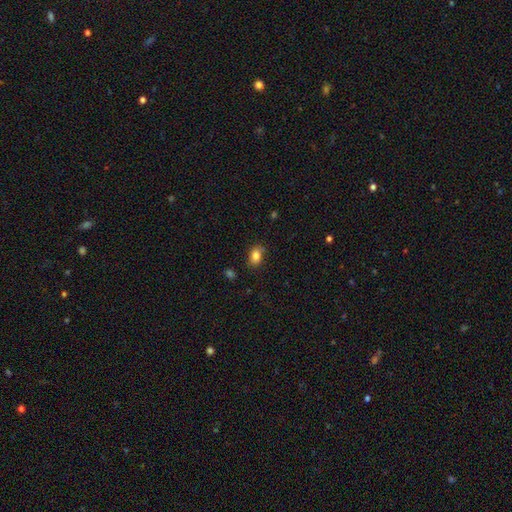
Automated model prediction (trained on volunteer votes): smooth 84%, star or artifact 9%, featured or disk 6%. Down the decision tree: how rounded — in between (82%); merging — none (79%).